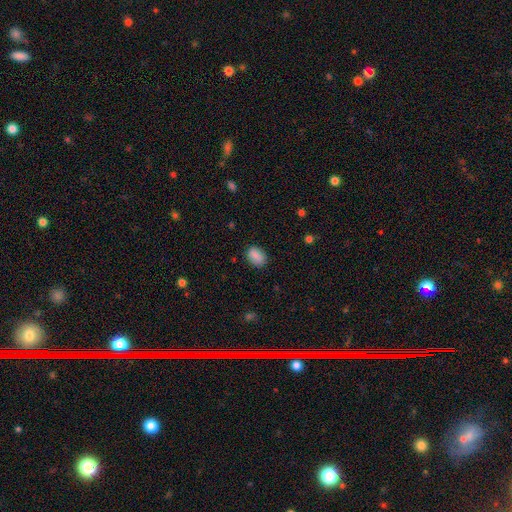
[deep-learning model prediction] This is clearly a smooth galaxy (87%). How rounded: likely in between (79%). Merging: clearly none (83%).